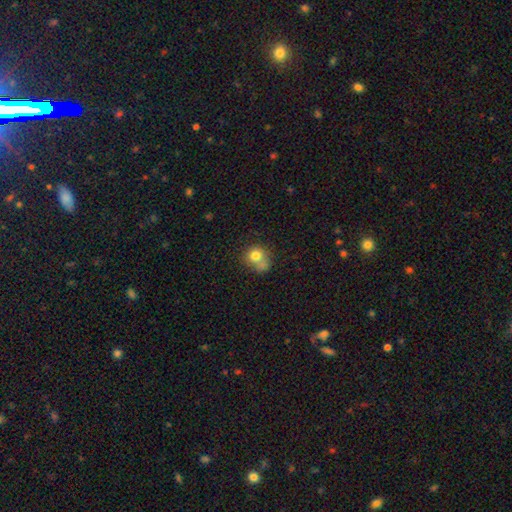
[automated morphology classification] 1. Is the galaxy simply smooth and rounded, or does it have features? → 76% smooth, 13% featured or disk, 11% star or artifact.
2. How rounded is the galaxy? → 76% round, 23% in between, 1% cigar-shaped.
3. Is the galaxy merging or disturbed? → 40% none, 32% merger, 18% minor disturbance, 10% major disturbance.